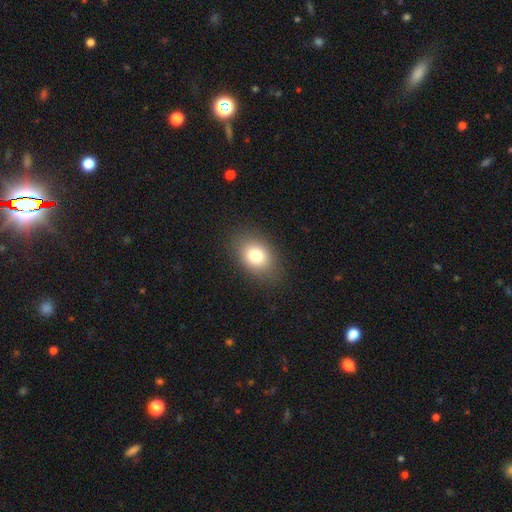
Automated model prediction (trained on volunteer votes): A smooth galaxy with no disk features (79%) that is in between round and cigar-shaped (73%). Merging: none (84%).